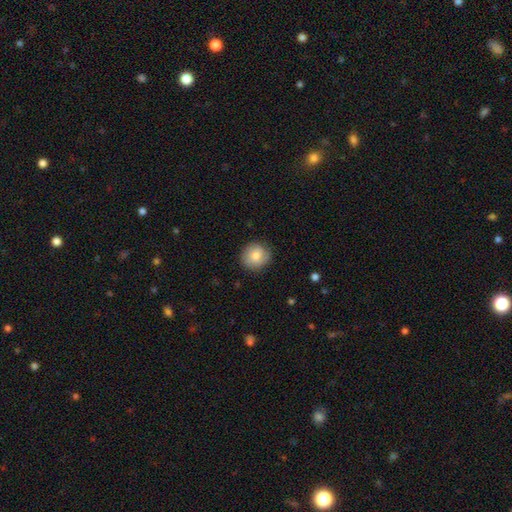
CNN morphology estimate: smooth_or_featured: smooth (p=0.81) [alt: featured or disk p=0.11]
how_rounded: round (p=0.88) [alt: in between p=0.11]
merging: none (p=0.85) [alt: minor disturbance p=0.11]